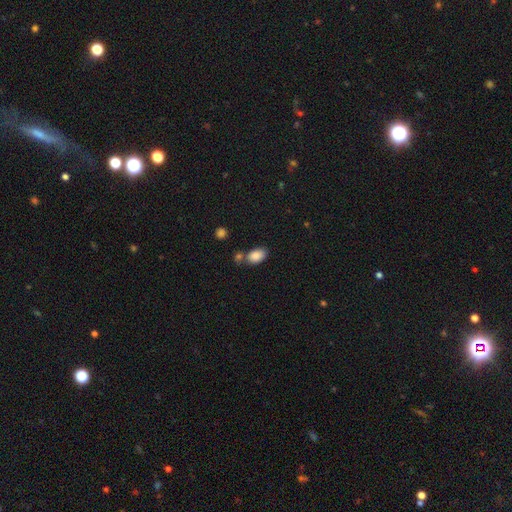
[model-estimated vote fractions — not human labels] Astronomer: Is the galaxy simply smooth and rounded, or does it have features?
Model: smooth — 87%.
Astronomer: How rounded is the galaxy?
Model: in between — 90%.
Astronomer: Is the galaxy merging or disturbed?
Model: none — 60%.